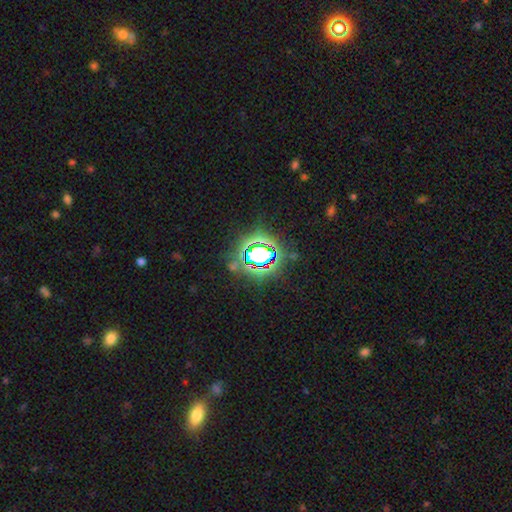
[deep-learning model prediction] A star or artifact, not a galaxy (72%).